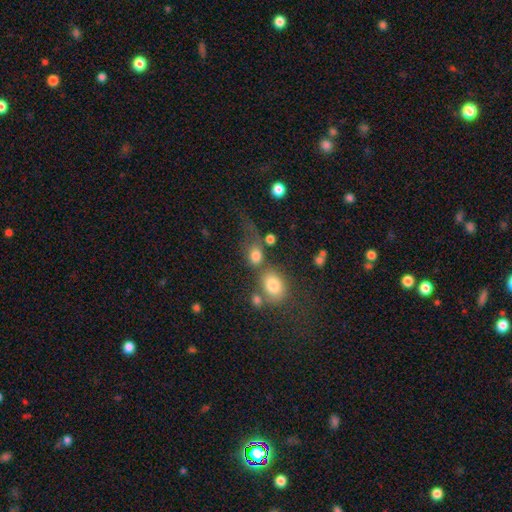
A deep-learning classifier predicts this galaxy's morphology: Q: Smooth or featured?
A: smooth (77%); runner-up: star or artifact (13%)
Q: How rounded?
A: in between (56%); runner-up: round (42%)
Q: Merging?
A: none (37%); runner-up: merger (29%)